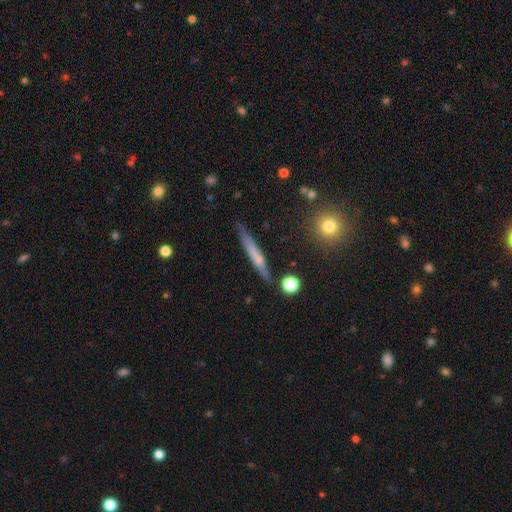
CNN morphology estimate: Smooth or featured?
  - smooth: 52% *
  - featured or disk: 41%
  - star or artifact: 7%
How rounded?
  - cigar-shaped: 93% *
  - in between: 4%
  - round: 2%
Merging?
  - none: 81% *
  - minor disturbance: 14%
  - merger: 3%
  - major disturbance: 3%